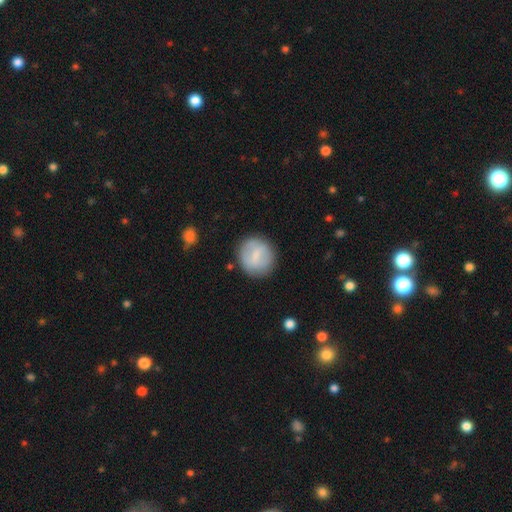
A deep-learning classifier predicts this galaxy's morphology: Smooth or featured? smooth (67%)
How rounded? round (85%)
Merging? none (81%)